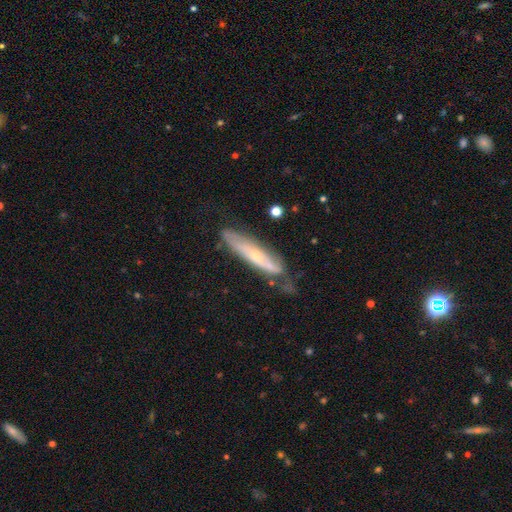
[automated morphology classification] featured or disk 61%, smooth 33%, star or artifact 7%. Down the decision tree: edge-on disk — yes (54%); merging — none (60%).